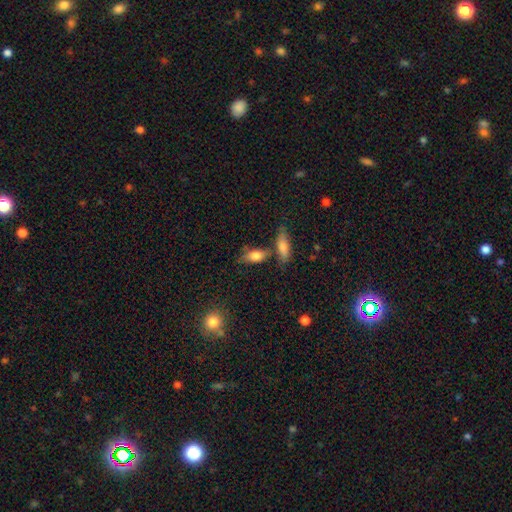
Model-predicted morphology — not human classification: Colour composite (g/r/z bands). It shows a smooth galaxy with no disk features (80%) that is in between round and cigar-shaped (81%). Merging: none (57%).